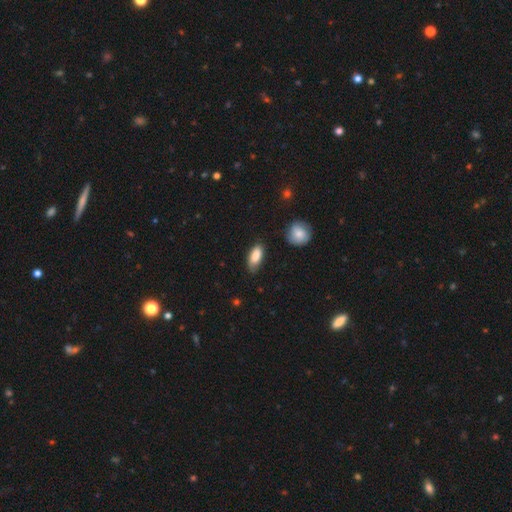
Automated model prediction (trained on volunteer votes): smooth_or_featured: smooth (p=0.85) [alt: featured or disk p=0.09]
how_rounded: in between (p=0.87) [alt: cigar-shaped p=0.11]
merging: none (p=0.73) [alt: minor disturbance p=0.22]